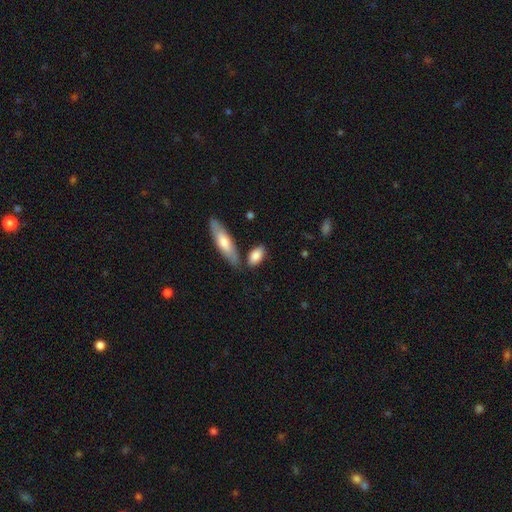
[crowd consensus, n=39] Smooth or featured? 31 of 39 (79%) said smooth. How rounded? 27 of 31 (87%) said in between. Merging? 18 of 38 (47%) said none.